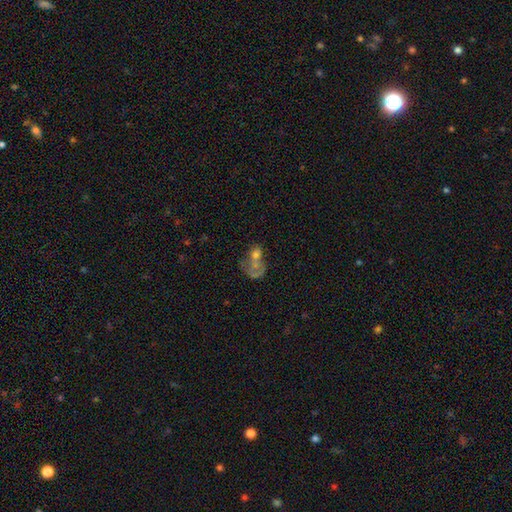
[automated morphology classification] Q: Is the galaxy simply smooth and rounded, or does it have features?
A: featured or disk — 43%.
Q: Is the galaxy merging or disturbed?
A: merger — 40%.